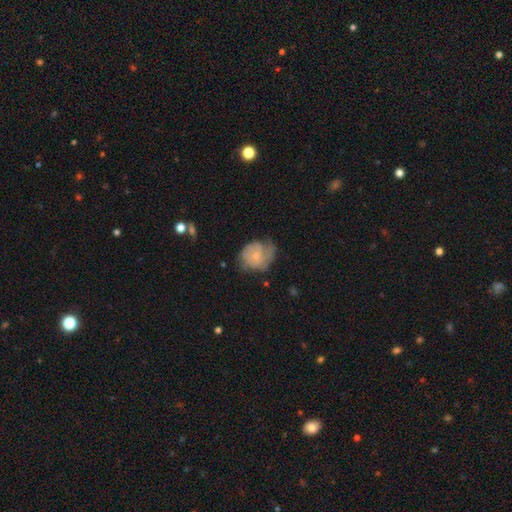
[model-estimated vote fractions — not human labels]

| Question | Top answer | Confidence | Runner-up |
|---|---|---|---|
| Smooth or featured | featured or disk | 53% | smooth (40%) |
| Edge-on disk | no | 98% | yes (2%) |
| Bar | no | 72% | weak (25%) |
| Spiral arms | yes | 79% | no (21%) |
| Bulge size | small | 63% | moderate (24%) |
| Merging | none | 50% | minor disturbance (31%) |